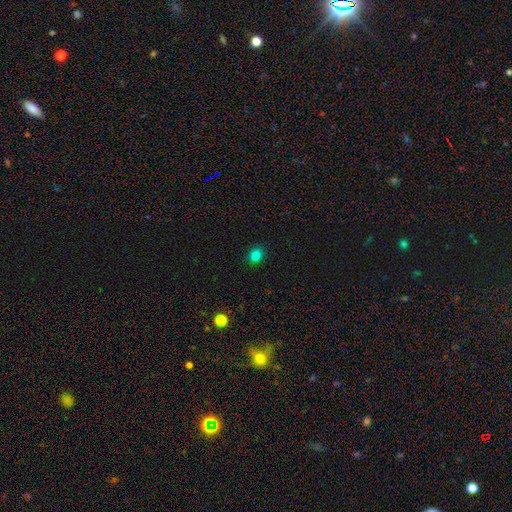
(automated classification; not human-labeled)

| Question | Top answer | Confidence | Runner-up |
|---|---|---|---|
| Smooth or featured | smooth | 82% | star or artifact (14%) |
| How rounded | round | 65% | in between (34%) |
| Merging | none | 87% | minor disturbance (10%) |